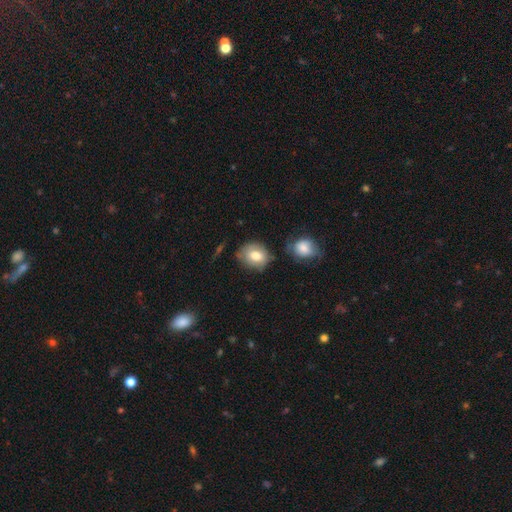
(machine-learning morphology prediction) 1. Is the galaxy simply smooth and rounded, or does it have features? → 76% smooth, 16% featured or disk, 8% star or artifact.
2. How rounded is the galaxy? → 61% round, 38% in between, 1% cigar-shaped.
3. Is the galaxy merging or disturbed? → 61% none, 23% minor disturbance, 9% merger, 7% major disturbance.